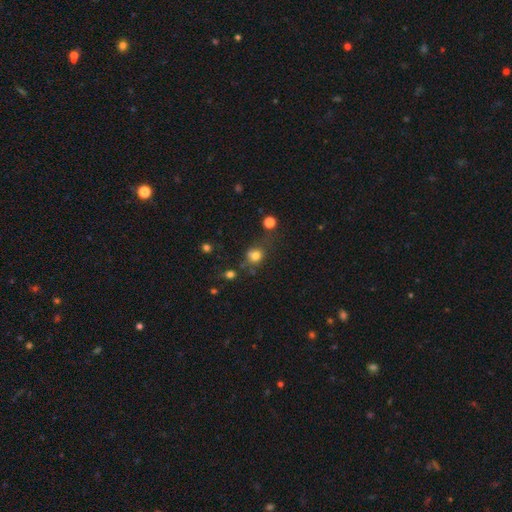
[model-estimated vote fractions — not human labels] A smooth galaxy with no disk features (78%) that is round (77%). Merging: none (58%).